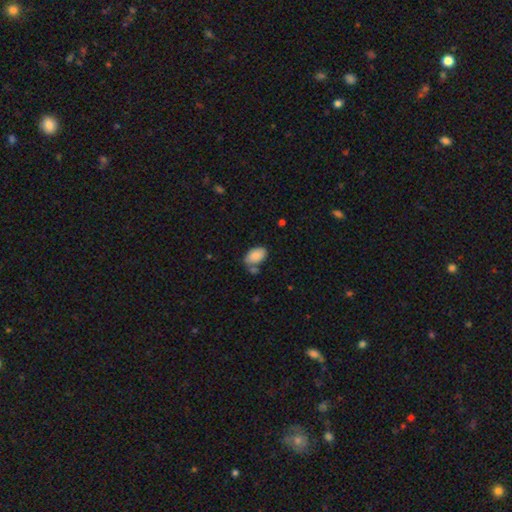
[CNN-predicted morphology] This is clearly a smooth galaxy (86%). How rounded: clearly in between (93%). Merging: possibly none (55%).